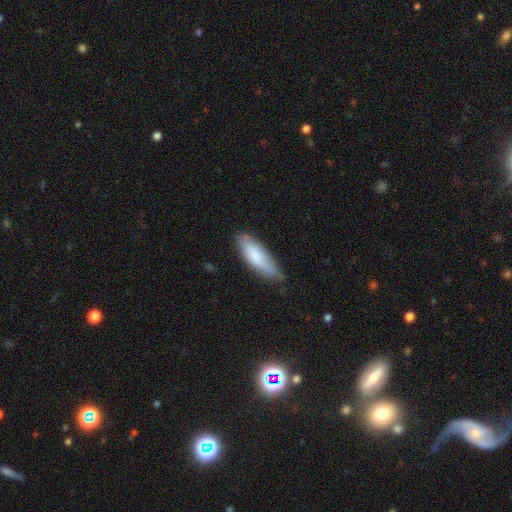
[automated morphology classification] smooth_or_featured: smooth (p=0.80) [alt: featured or disk p=0.14]
how_rounded: in between (p=0.52) [alt: cigar-shaped p=0.46]
merging: none (p=0.70) [alt: minor disturbance p=0.25]